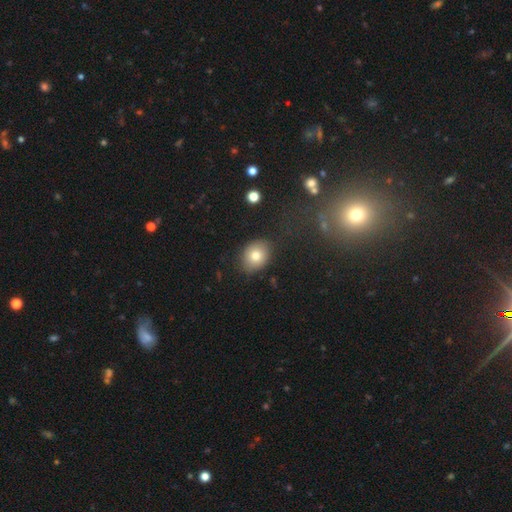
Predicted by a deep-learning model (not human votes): smooth-or-featured: smooth: 78% | featured or disk: 12% | star or artifact: 10%
  how-rounded: round: 51% | in between: 48% | cigar-shaped: 1%
  merging: none: 83% | minor disturbance: 12% | major disturbance: 3% | merger: 2%